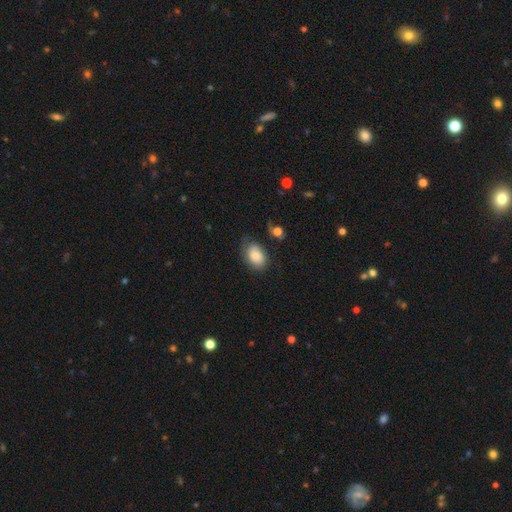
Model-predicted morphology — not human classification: smooth-or-featured: smooth: 76% | featured or disk: 16% | star or artifact: 8%
  how-rounded: in between: 84% | round: 15% | cigar-shaped: 1%
  merging: none: 58% | minor disturbance: 28% | major disturbance: 11% | merger: 3%